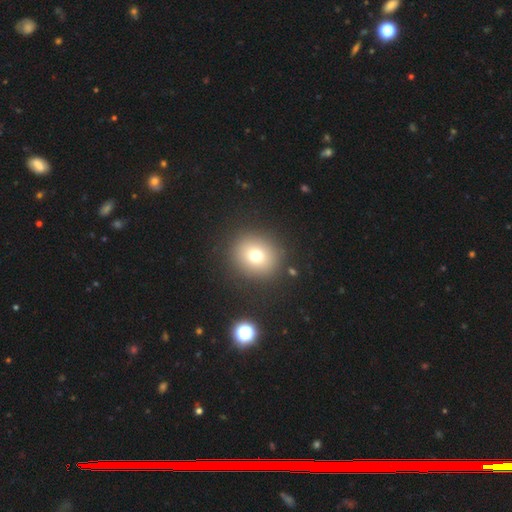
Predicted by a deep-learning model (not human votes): smooth-or-featured: smooth: 73% | star or artifact: 16% | featured or disk: 12%
  how-rounded: round: 86% | in between: 13% | cigar-shaped: 1%
  merging: none: 88% | minor disturbance: 7% | major disturbance: 3% | merger: 2%